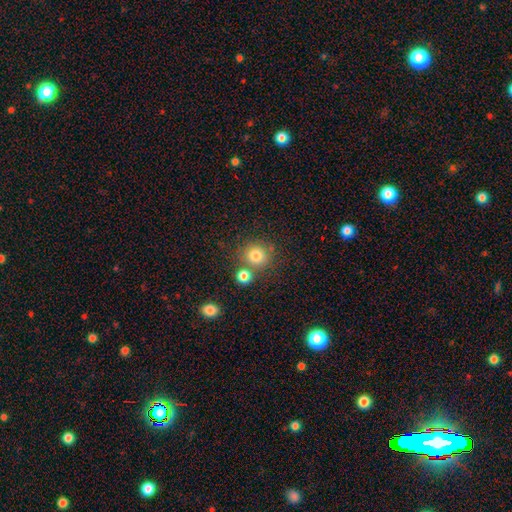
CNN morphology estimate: The model was most divided on "merging": none: 68%, merger: 19%, minor disturbance: 9%, major disturbance: 4%. More confident: how rounded — round (89%); smooth or featured — smooth (79%).